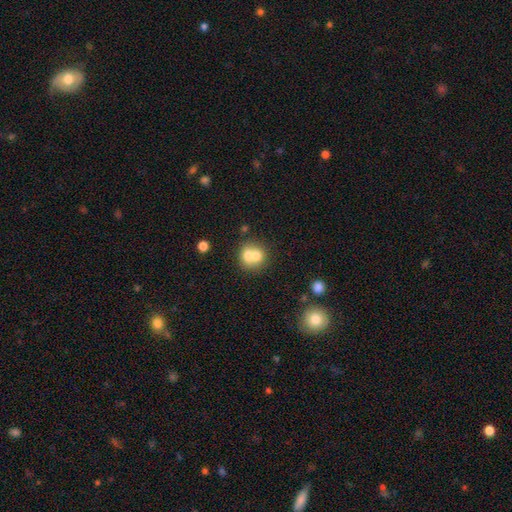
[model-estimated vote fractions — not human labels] Smooth or featured?
  - smooth: 67% *
  - featured or disk: 23%
  - star or artifact: 10%
How rounded?
  - round: 77% *
  - in between: 22%
  - cigar-shaped: 1%
Merging?
  - merger: 63% *
  - none: 29%
  - minor disturbance: 6%
  - major disturbance: 3%